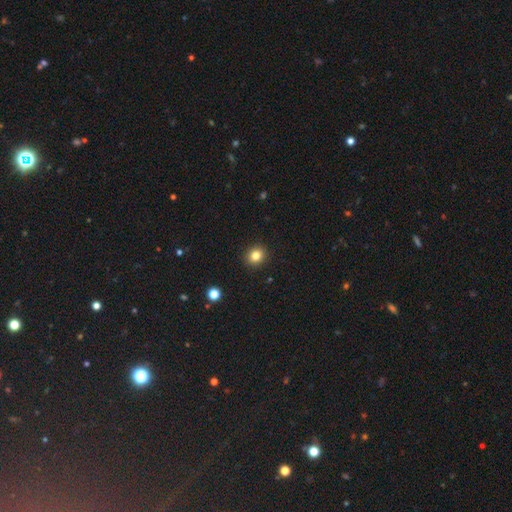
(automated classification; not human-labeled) Q: Smooth or featured?
A: smooth (83%); runner-up: star or artifact (12%)
Q: How rounded?
A: round (80%); runner-up: in between (20%)
Q: Merging?
A: none (92%); runner-up: minor disturbance (5%)